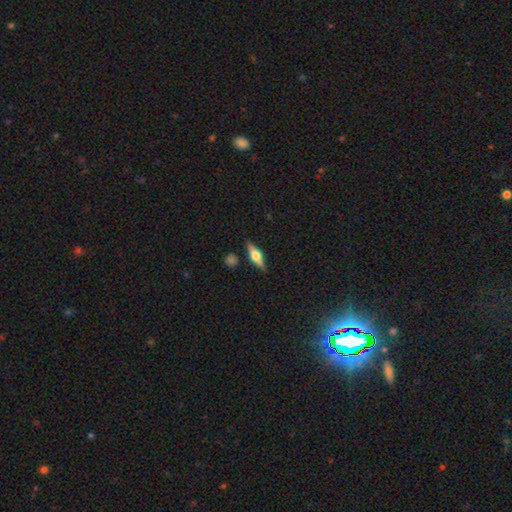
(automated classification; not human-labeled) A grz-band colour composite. It shows a featured or disk galaxy (63%) viewed edge-on (96%) with a rounded central bulge (93%). Merging: none (87%).